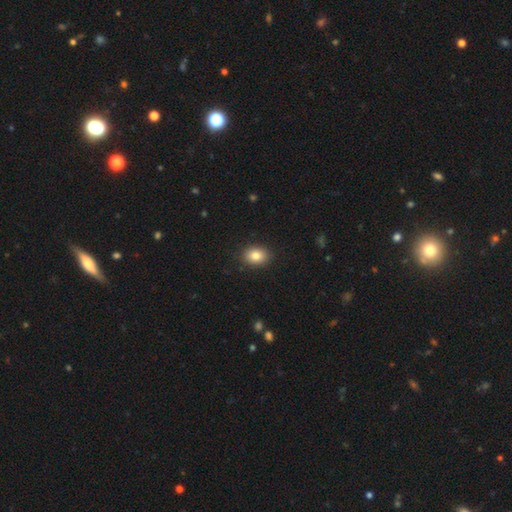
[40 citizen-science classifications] Morphology: type=smooth (95%); roundness=in between (63%); merging=none (95%).